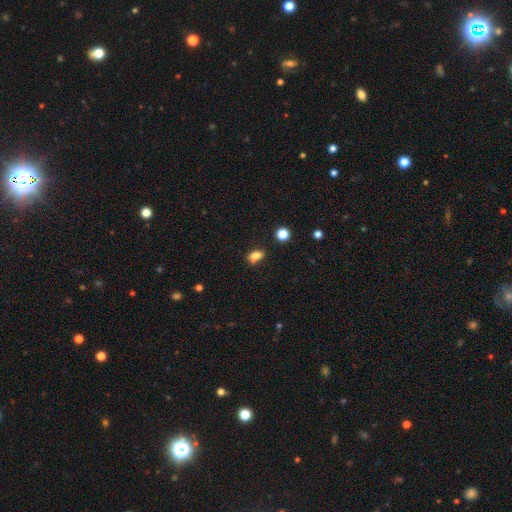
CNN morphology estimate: Smooth or featured? Predicted: smooth (p=0.78). How rounded? Predicted: in between (p=0.77). Merging? Predicted: none (p=0.55).